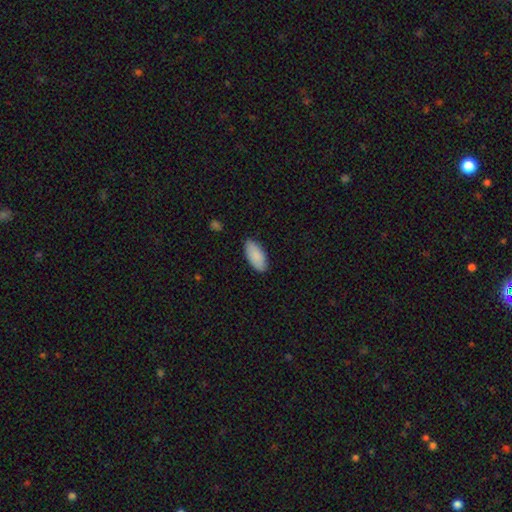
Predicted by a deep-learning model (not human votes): The model was most divided on "merging": none: 86%, minor disturbance: 11%, major disturbance: 2%, merger: 1%. More confident: how rounded — in between (92%); smooth or featured — smooth (89%).